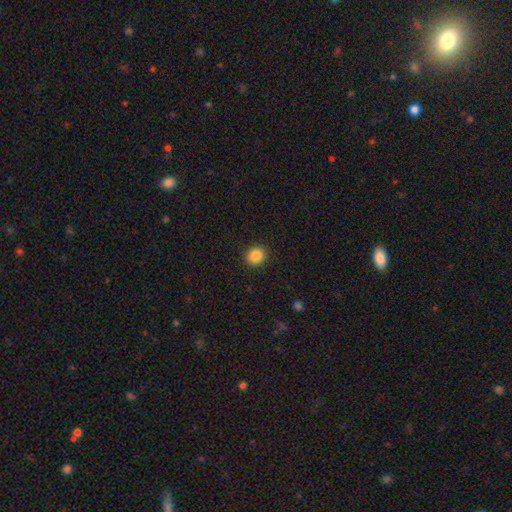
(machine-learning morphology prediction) This appears to be a smooth galaxy with no disk features (87%) that is round (80%). Merging: none (91%).